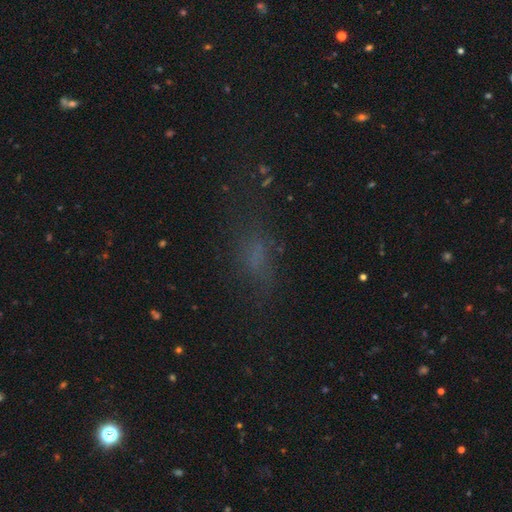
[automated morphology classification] smooth 52%, star or artifact 28%, featured or disk 20%. Down the decision tree: how rounded — in between (63%); merging — none (58%).